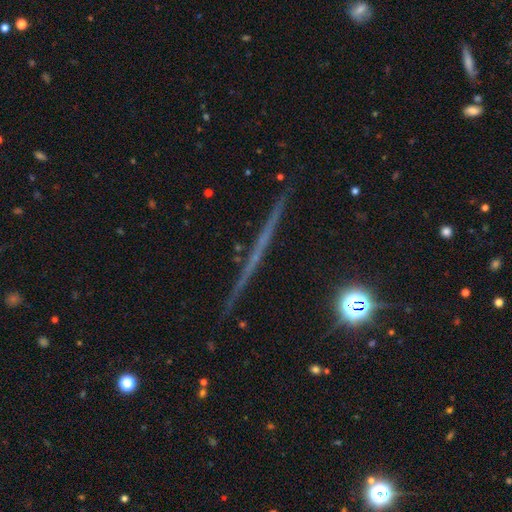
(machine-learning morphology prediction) Smooth or featured? Predicted: featured or disk (p=0.64). Edge-on disk? Predicted: yes (p=0.97). Edge-on bulge? Predicted: none (p=0.88). Merging? Predicted: none (p=0.91).